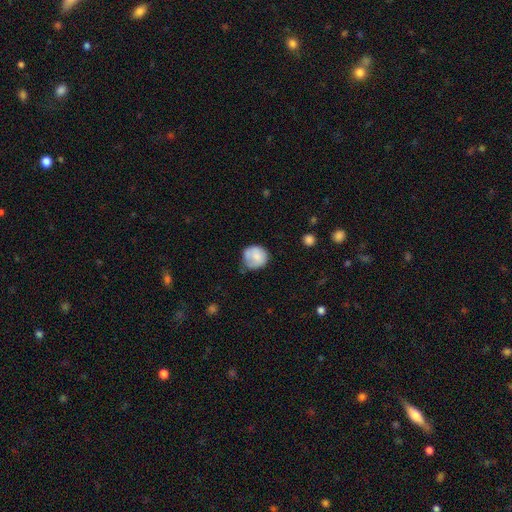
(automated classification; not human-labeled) A smooth galaxy with no disk features (77%) that is round (85%). Merging: none (54%).